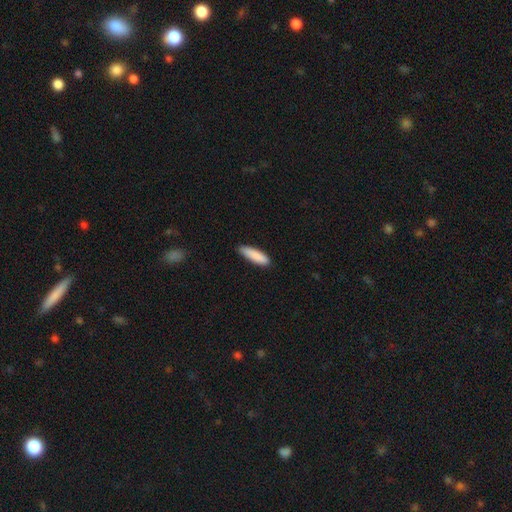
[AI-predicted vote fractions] Smooth or featured?
  - smooth: 89% *
  - star or artifact: 6%
  - featured or disk: 5%
How rounded?
  - cigar-shaped: 66% *
  - in between: 32%
  - round: 1%
Merging?
  - none: 86% *
  - minor disturbance: 11%
  - major disturbance: 2%
  - merger: 1%